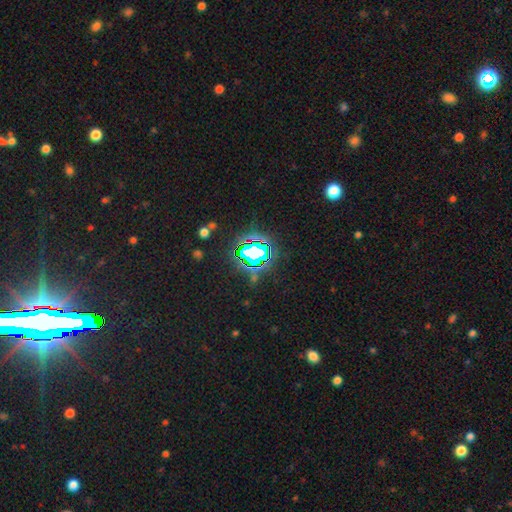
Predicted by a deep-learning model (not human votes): A star or artifact, not a galaxy (79%).

Vote fractions:
- Smooth or featured? star or artifact: 79% / smooth: 14% / featured or disk: 7%